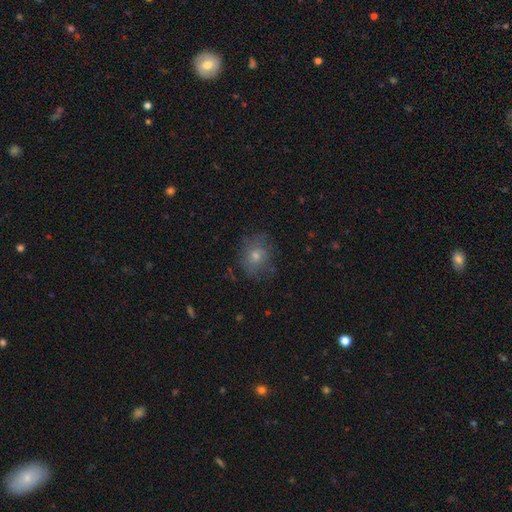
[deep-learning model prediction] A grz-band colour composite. It shows a smooth galaxy with no disk features (56%) that is round (65%). Merging: none (74%).